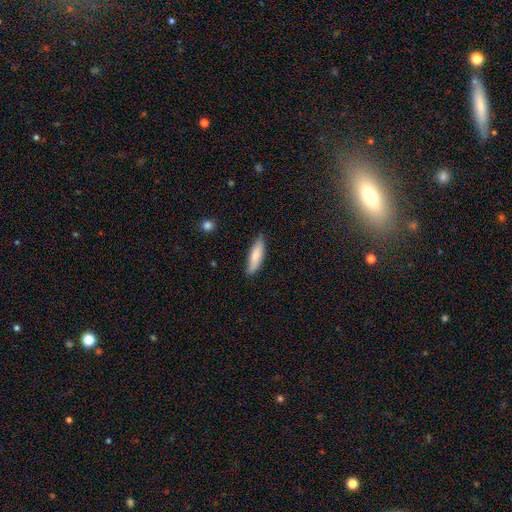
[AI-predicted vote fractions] smooth 79%, featured or disk 15%, star or artifact 6%. Down the decision tree: how rounded — cigar-shaped (57%); merging — none (79%).